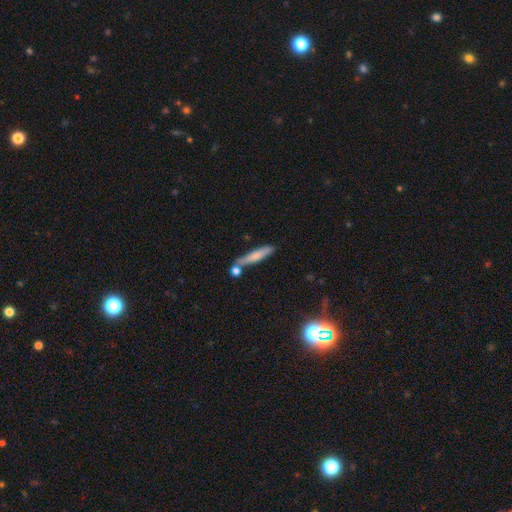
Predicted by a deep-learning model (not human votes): This appears to be a smooth galaxy with no disk features (65%) that is cigar-shaped (88%). Merging: none (65%).